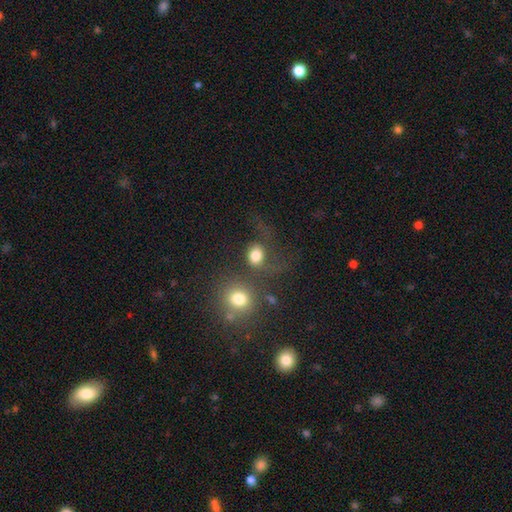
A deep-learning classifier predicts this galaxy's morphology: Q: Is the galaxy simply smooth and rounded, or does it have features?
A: smooth — 77%.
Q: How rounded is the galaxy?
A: round — 62%.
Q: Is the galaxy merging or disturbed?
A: none — 39%.